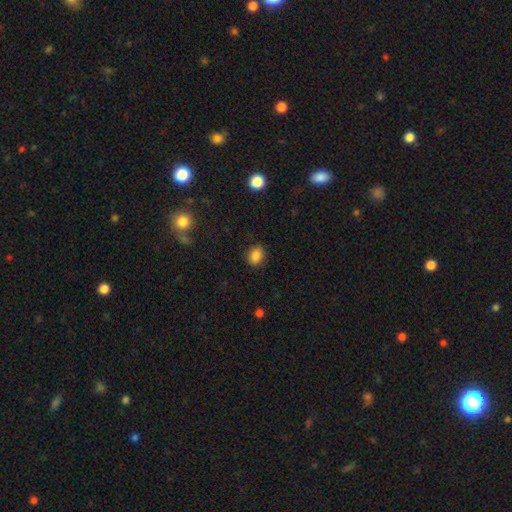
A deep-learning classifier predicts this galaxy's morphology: smooth_or_featured: smooth (p=0.86) [alt: star or artifact p=0.10]
how_rounded: in between (p=0.52) [alt: round p=0.47]
merging: none (p=0.88) [alt: minor disturbance p=0.08]